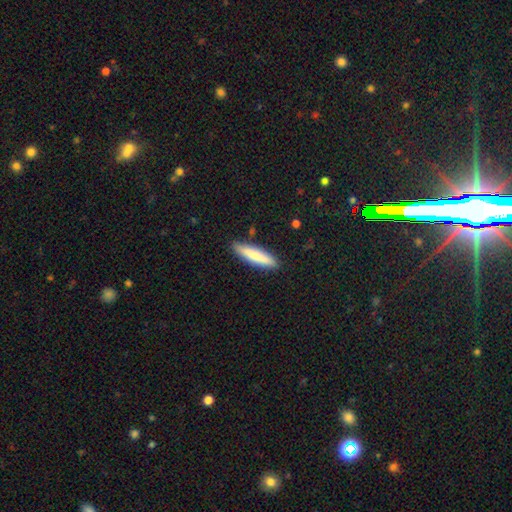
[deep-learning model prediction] Smooth or featured? Predicted: smooth (p=0.79). How rounded? Predicted: cigar-shaped (p=0.80). Merging? Predicted: none (p=0.86).